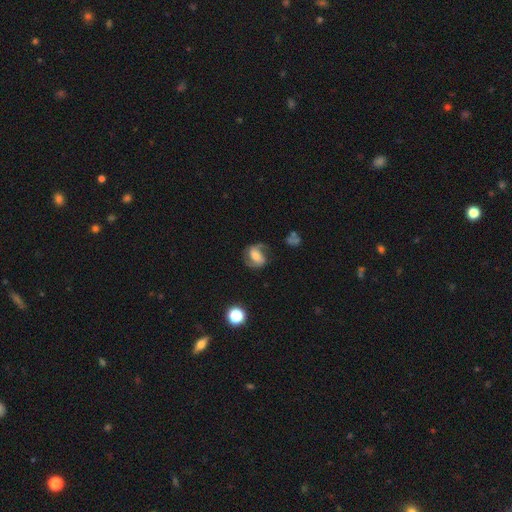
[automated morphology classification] The model was most divided on "bar": weak: 39%, strong: 32%, no: 29%. Remaining: edge-on disk — no (97%); spiral arms — yes (90%); spiral arm count — 2 (86%); smooth or featured — featured or disk (68%); merging — none (64%); spiral winding — medium (50%); bulge size — moderate (46%).